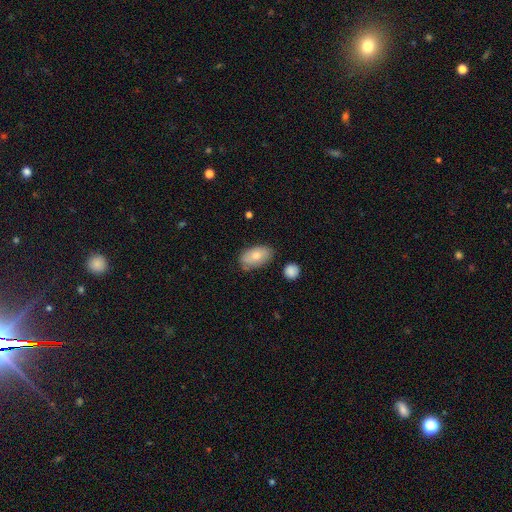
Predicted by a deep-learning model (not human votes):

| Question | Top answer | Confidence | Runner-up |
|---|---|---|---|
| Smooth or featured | smooth | 76% | featured or disk (17%) |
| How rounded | in between | 93% | round (5%) |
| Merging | none | 72% | minor disturbance (21%) |